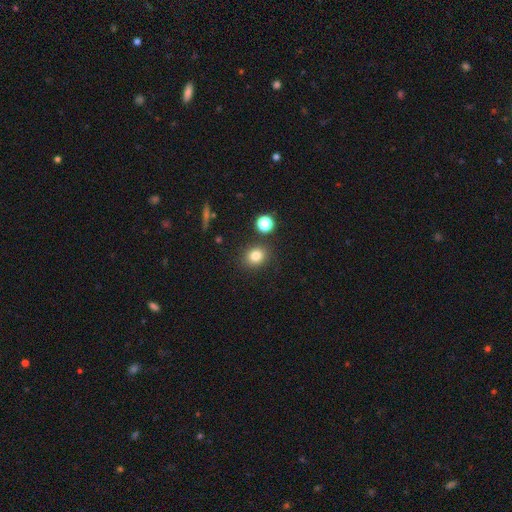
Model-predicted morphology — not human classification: Smooth or featured? Predicted: smooth (p=0.80). How rounded? Predicted: round (p=0.70). Merging? Predicted: none (p=0.84).